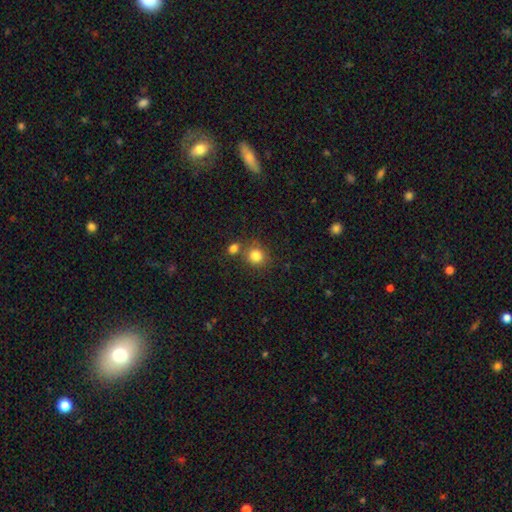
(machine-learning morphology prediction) The model was most divided on "merging": none: 65%, merger: 21%, minor disturbance: 10%, major disturbance: 4%. More confident: how rounded — round (85%); smooth or featured — smooth (83%).